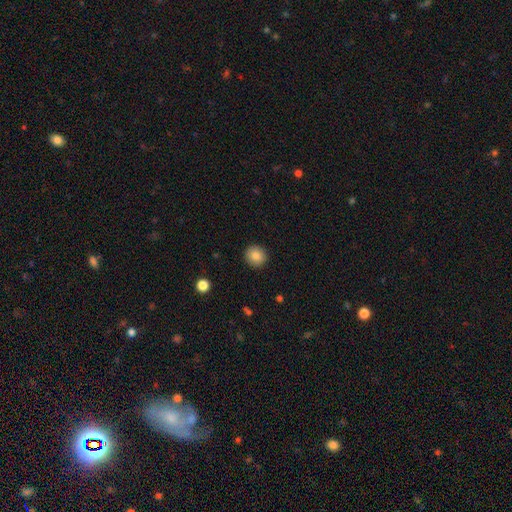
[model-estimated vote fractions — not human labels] A smooth galaxy with no disk features (84%) that is round (91%).

Vote fractions:
- Smooth or featured? smooth: 84% / star or artifact: 9% / featured or disk: 6%
- How rounded? round: 91% / in between: 8% / cigar-shaped: 1%
- Merging? none: 92% / minor disturbance: 5% / major disturbance: 2% / merger: 1%